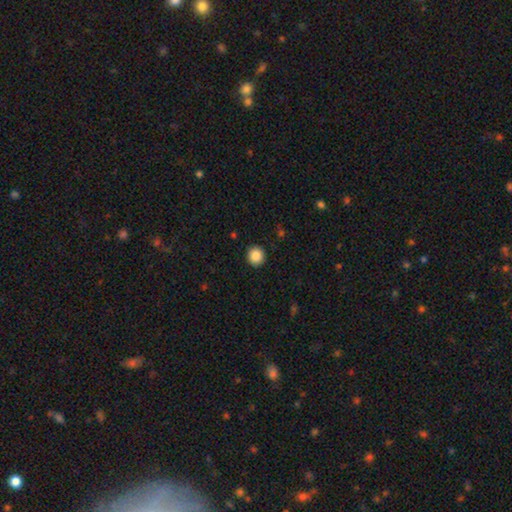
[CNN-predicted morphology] Smooth or featured? Predicted: smooth (p=0.87). How rounded? Predicted: round (p=0.92). Merging? Predicted: none (p=0.92).